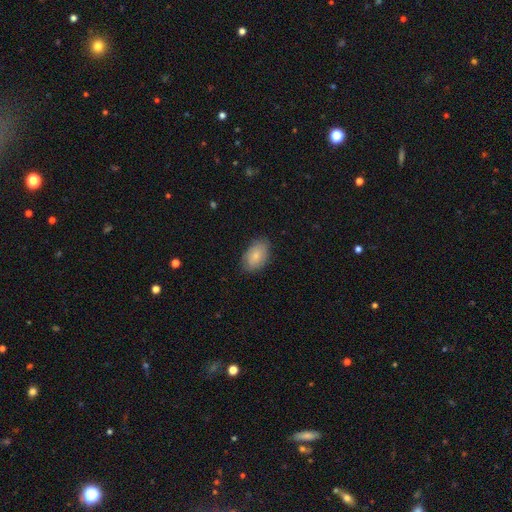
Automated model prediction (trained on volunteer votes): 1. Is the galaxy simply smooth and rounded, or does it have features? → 78% smooth, 16% featured or disk, 7% star or artifact.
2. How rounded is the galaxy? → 89% in between, 10% round, 1% cigar-shaped.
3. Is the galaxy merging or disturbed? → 80% none, 16% minor disturbance, 3% major disturbance, 1% merger.